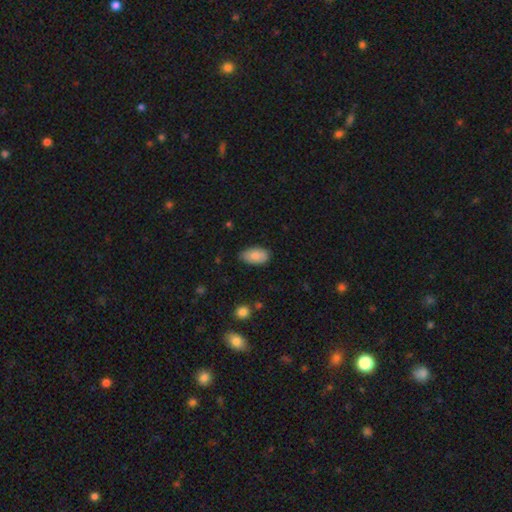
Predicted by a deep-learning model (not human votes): Smooth or featured? Predicted: smooth (p=0.84). How rounded? Predicted: in between (p=0.95). Merging? Predicted: none (p=0.79).